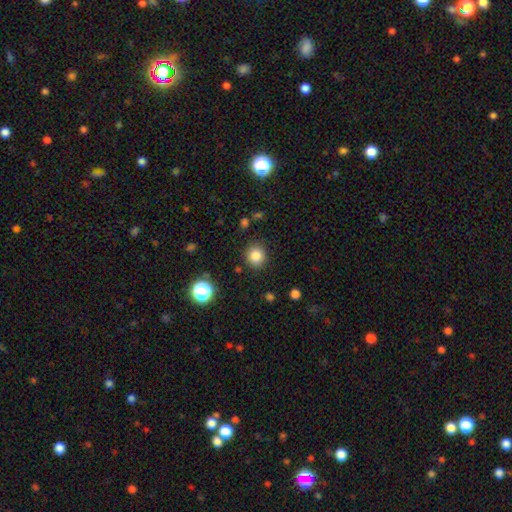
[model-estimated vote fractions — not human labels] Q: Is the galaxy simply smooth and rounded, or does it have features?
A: smooth — 83%.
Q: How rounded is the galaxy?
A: round — 88%.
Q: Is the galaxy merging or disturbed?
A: none — 88%.